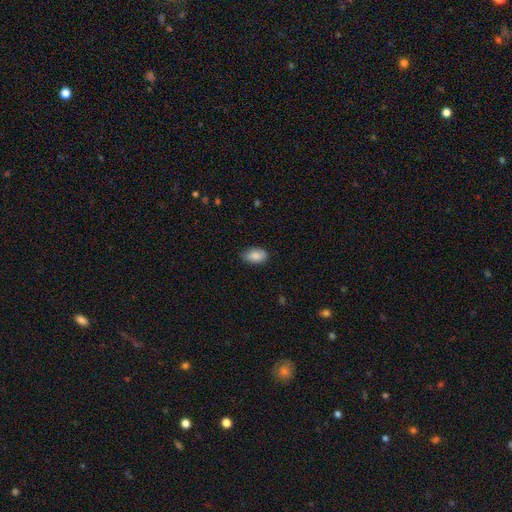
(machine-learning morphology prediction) This appears to be a smooth galaxy with no disk features (87%) that is in between round and cigar-shaped (92%). Merging: none (75%).